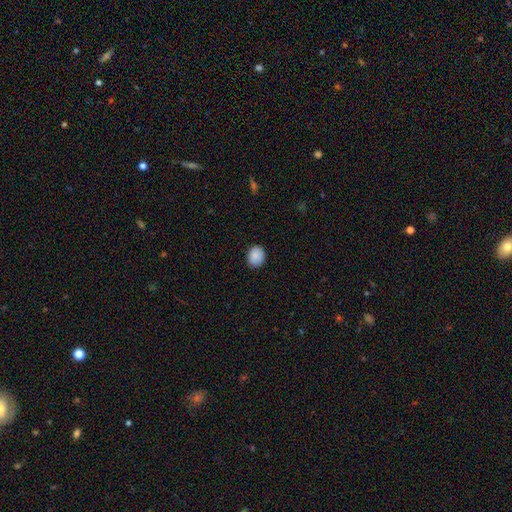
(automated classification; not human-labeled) A smooth galaxy with no disk features (89%) that is round (53%).

Vote fractions:
- Smooth or featured? smooth: 89% / star or artifact: 8% / featured or disk: 3%
- How rounded? round: 53% / in between: 47% / cigar-shaped: 1%
- Merging? none: 87% / minor disturbance: 10% / major disturbance: 2% / merger: 1%